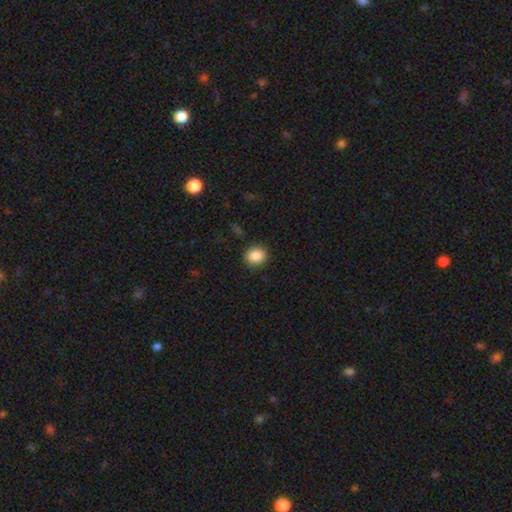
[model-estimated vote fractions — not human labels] Smooth or featured: smooth — 88% (star or artifact — 9%)
How rounded: round — 67% (in between — 32%)
Merging: none — 88% (minor disturbance — 9%)